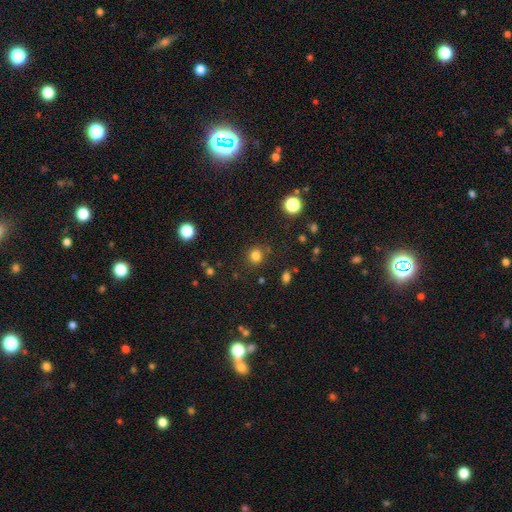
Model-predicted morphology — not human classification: smooth_or_featured: smooth (p=0.80) [alt: star or artifact p=0.15]
how_rounded: round (p=0.87) [alt: in between p=0.13]
merging: none (p=0.84) [alt: minor disturbance p=0.09]